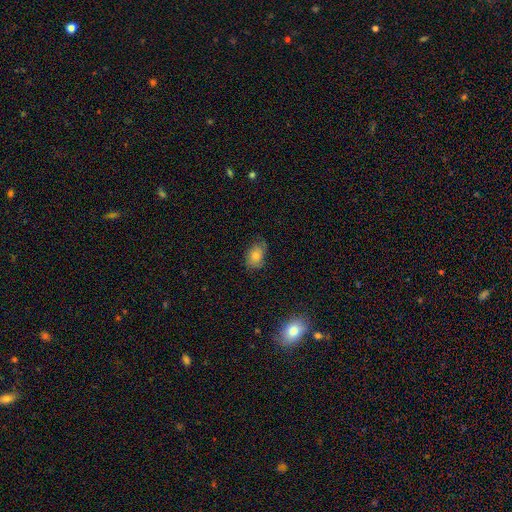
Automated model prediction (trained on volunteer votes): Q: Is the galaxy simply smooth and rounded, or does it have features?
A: smooth — 73%.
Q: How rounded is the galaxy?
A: in between — 80%.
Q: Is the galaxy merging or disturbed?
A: none — 65%.